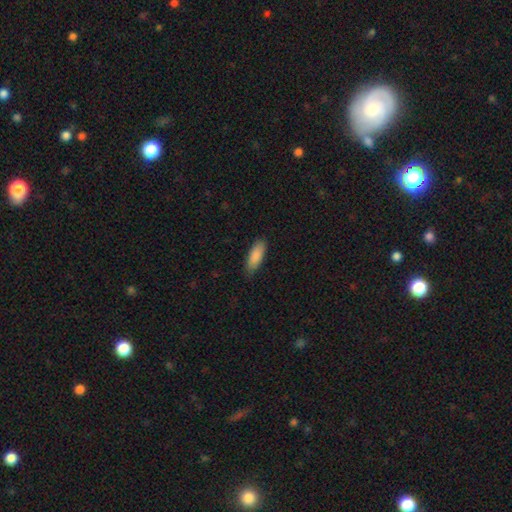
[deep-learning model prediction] Smooth or featured?
  - smooth: 89% *
  - featured or disk: 6%
  - star or artifact: 6%
How rounded?
  - in between: 70% *
  - cigar-shaped: 29%
  - round: 2%
Merging?
  - none: 82% *
  - minor disturbance: 14%
  - major disturbance: 2%
  - merger: 1%